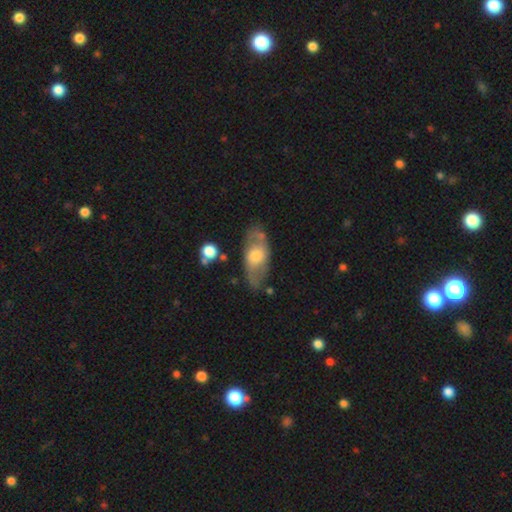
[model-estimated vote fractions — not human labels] Smooth or featured? featured or disk (55%)
Edge-on disk? no (83%)
Merging? none (70%)